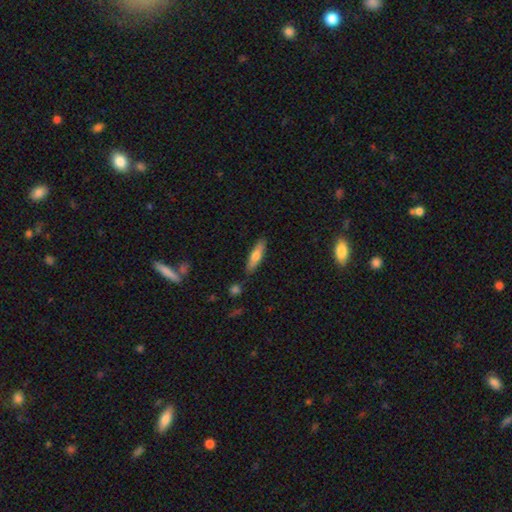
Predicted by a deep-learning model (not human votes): smooth_or_featured: smooth (p=0.68) [alt: featured or disk p=0.26]
how_rounded: cigar-shaped (p=0.68) [alt: in between p=0.30]
merging: none (p=0.81) [alt: minor disturbance p=0.13]